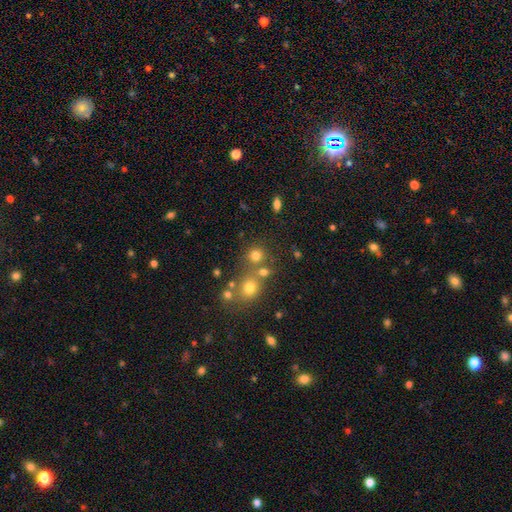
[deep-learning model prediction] A smooth galaxy with no disk features (74%) that is round (86%).

Vote fractions:
- Smooth or featured? smooth: 74% / star or artifact: 17% / featured or disk: 9%
- How rounded? round: 86% / in between: 13% / cigar-shaped: 1%
- Merging? none: 64% / merger: 22% / minor disturbance: 9% / major disturbance: 4%